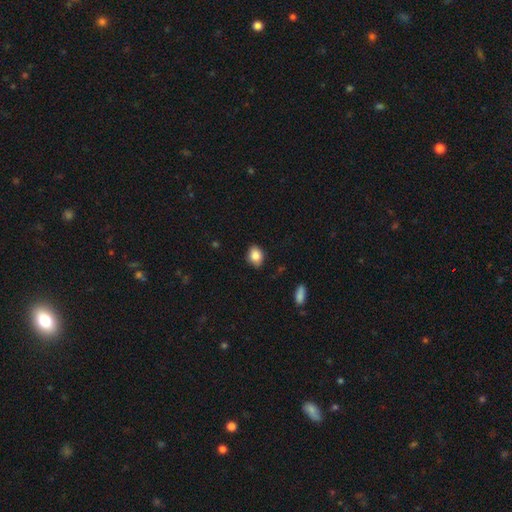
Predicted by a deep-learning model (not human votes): Smooth or featured? smooth (85%)
How rounded? in between (61%)
Merging? none (84%)